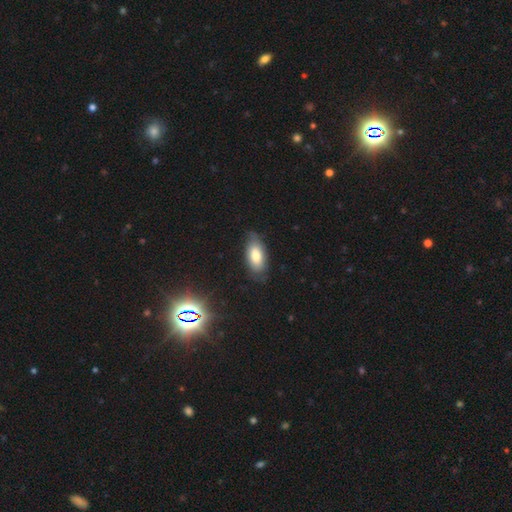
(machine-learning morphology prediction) A smooth galaxy with no disk features (75%) that is in between round and cigar-shaped (90%). Merging: none (72%).